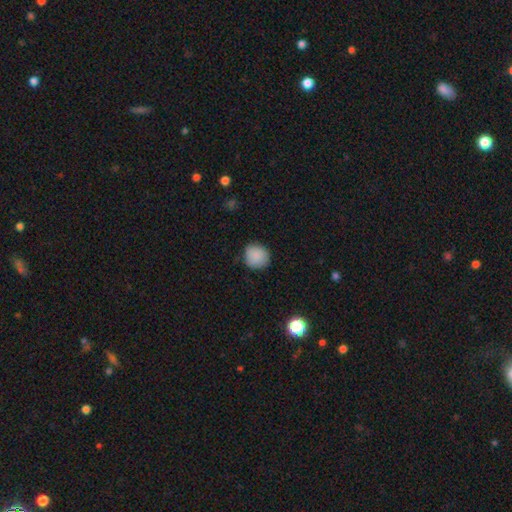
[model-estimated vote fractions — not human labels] Smooth or featured? Predicted: smooth (p=0.88). How rounded? Predicted: round (p=0.88). Merging? Predicted: none (p=0.83).